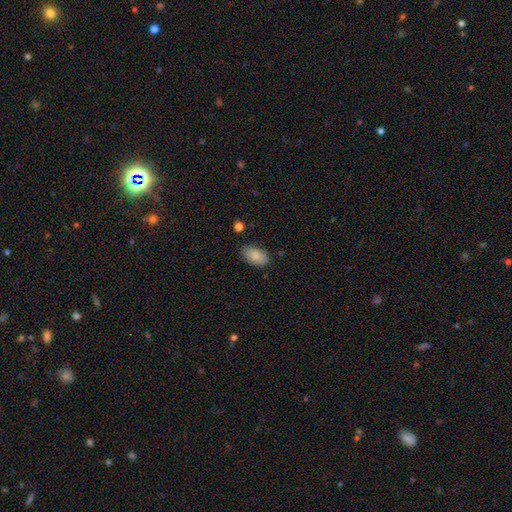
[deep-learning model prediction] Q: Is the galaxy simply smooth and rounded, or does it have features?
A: smooth — 85%.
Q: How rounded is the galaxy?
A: in between — 94%.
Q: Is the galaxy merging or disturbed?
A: none — 81%.